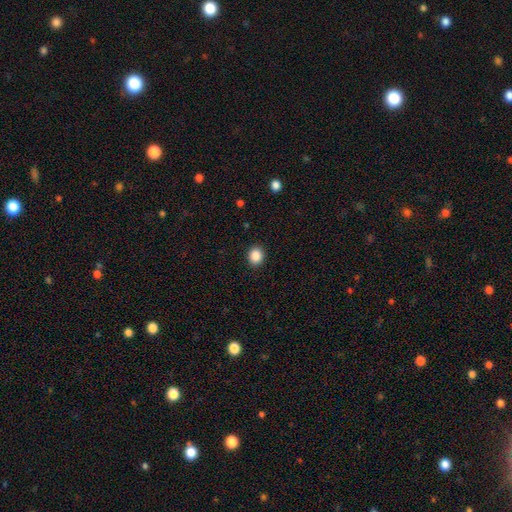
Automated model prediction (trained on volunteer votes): A smooth galaxy with no disk features (88%) that is round (70%).

Vote fractions:
- Smooth or featured? smooth: 88% / star or artifact: 9% / featured or disk: 3%
- How rounded? round: 70% / in between: 29% / cigar-shaped: 1%
- Merging? none: 91% / minor disturbance: 6% / major disturbance: 2% / merger: 1%